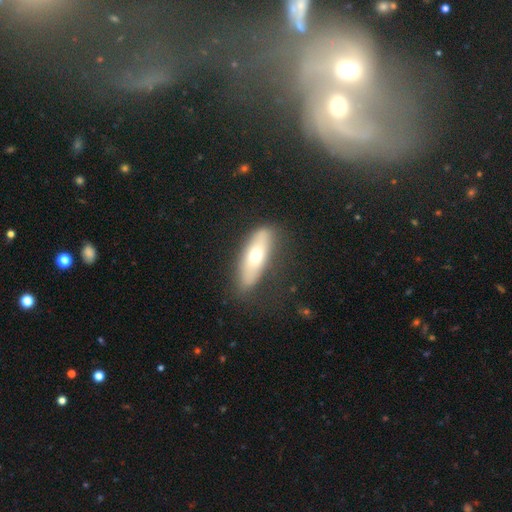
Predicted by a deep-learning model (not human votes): The model was most divided on "how rounded": in between: 49%, cigar-shaped: 48%, round: 3%. More confident: merging — none (78%); smooth or featured — smooth (55%).